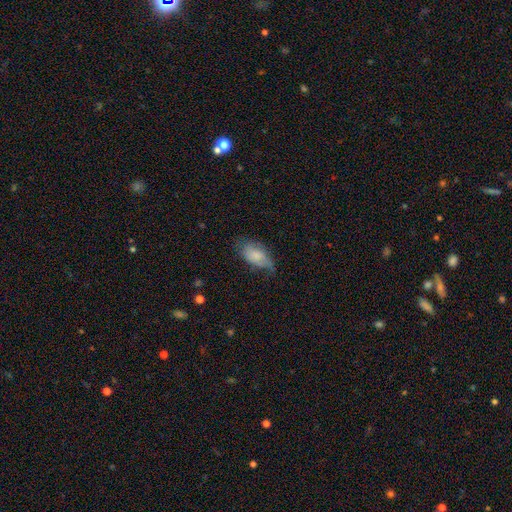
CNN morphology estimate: smooth 75%, featured or disk 18%, star or artifact 7%. Down the decision tree: how rounded — in between (93%); merging — none (45%).